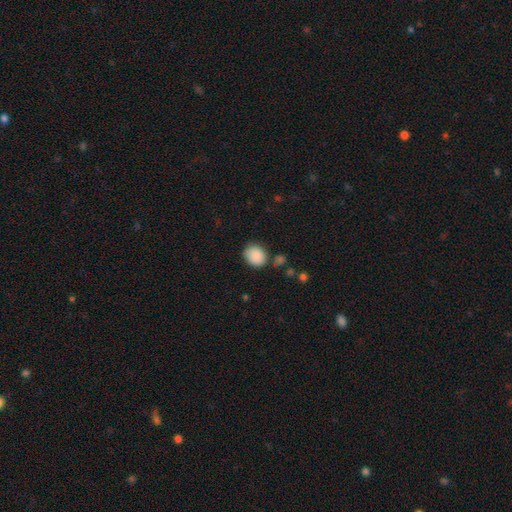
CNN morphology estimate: The model was most divided on "how rounded": round: 55%, in between: 44%, cigar-shaped: 1%. More confident: smooth or featured — smooth (88%); merging — none (74%).